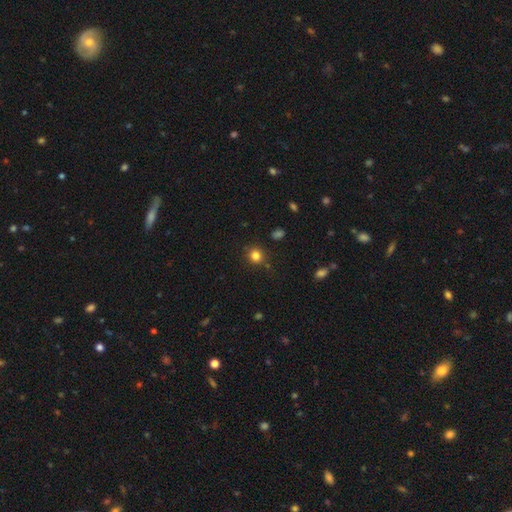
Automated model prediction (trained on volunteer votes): This is clearly a smooth galaxy (81%). How rounded: clearly round (87%). Merging: clearly none (84%).